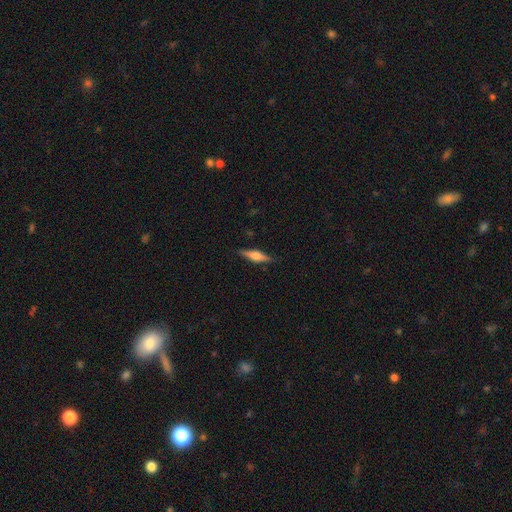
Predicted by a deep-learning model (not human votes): The model was most divided on "smooth or featured": featured or disk: 57%, smooth: 36%, star or artifact: 7%. More confident: edge-on disk — yes (96%); merging — none (86%); edge-on bulge — rounded (79%).